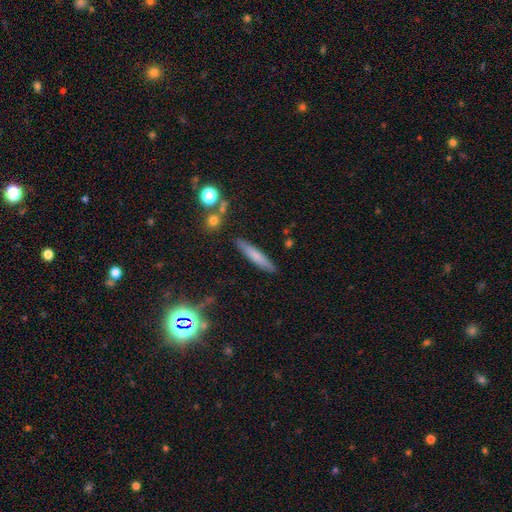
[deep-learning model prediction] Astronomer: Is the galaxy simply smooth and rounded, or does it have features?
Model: smooth — 70%.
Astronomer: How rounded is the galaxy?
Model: cigar-shaped — 90%.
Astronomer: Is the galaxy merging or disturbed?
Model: none — 86%.